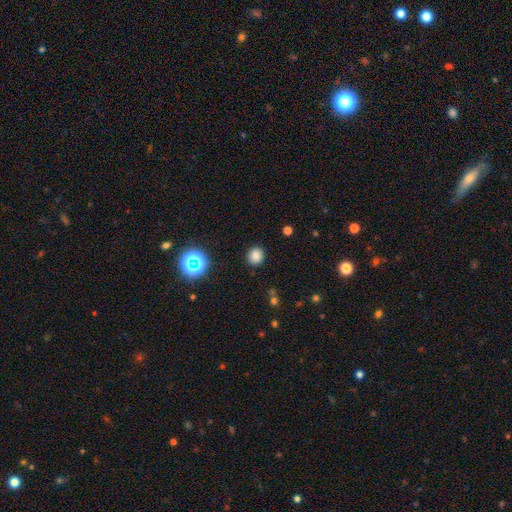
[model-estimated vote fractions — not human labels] smooth 80%, star or artifact 16%, featured or disk 4%. Down the decision tree: how rounded — round (83%); merging — none (89%).